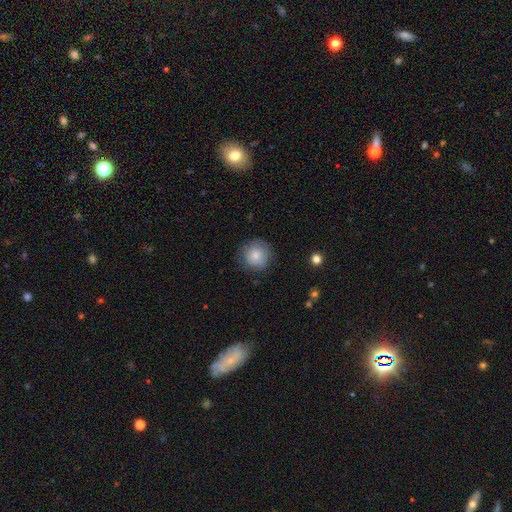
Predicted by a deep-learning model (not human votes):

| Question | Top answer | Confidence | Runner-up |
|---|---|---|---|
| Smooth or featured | smooth | 78% | featured or disk (14%) |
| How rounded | round | 93% | in between (6%) |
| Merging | none | 79% | minor disturbance (16%) |